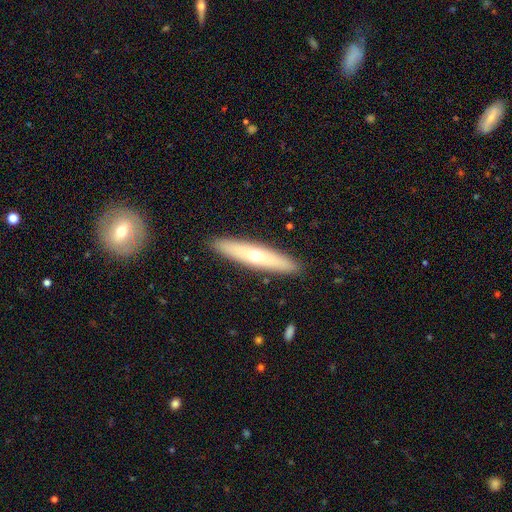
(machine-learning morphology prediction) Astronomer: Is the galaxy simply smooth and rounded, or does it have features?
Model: smooth — 48% (runner-up: featured or disk, 46%).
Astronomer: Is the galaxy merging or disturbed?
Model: none — 91%.